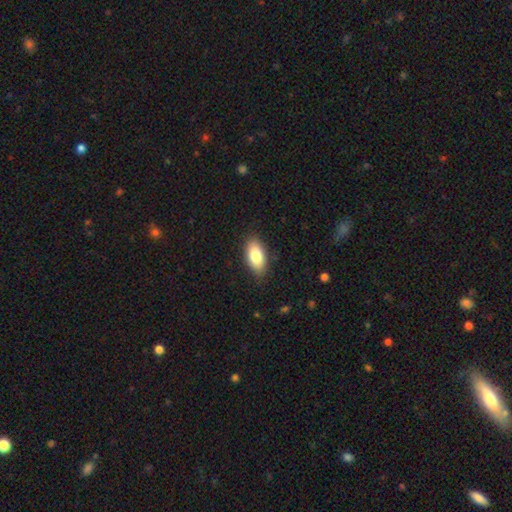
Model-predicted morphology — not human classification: Smooth or featured? Predicted: smooth (p=0.82). How rounded? Predicted: in between (p=0.91). Merging? Predicted: none (p=0.85).